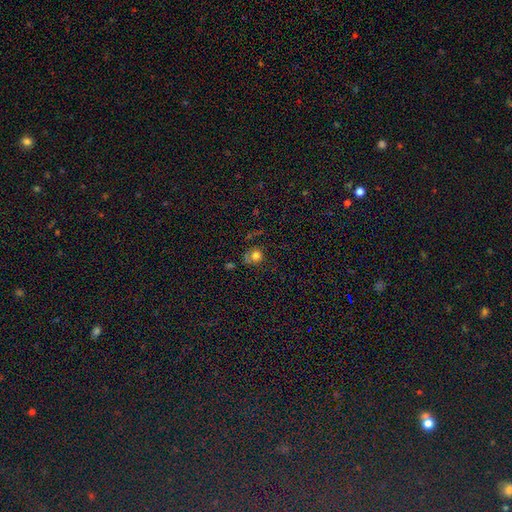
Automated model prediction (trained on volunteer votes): Smooth or featured? Predicted: smooth (p=0.74). How rounded? Predicted: round (p=0.80). Merging? Predicted: none (p=0.57).